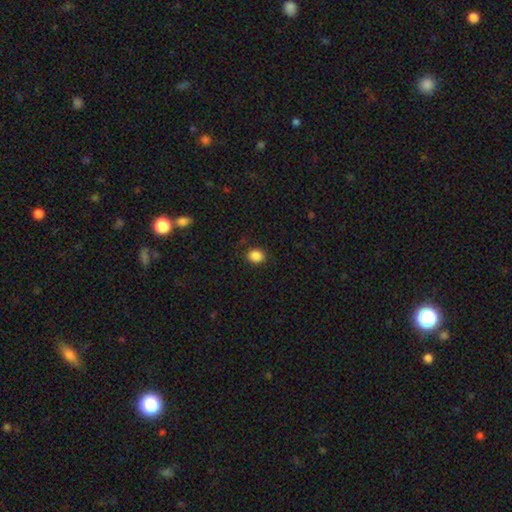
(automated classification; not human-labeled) Overall: smooth (87%). How rounded: round (52%; in between 47%). Merging: none (87%).